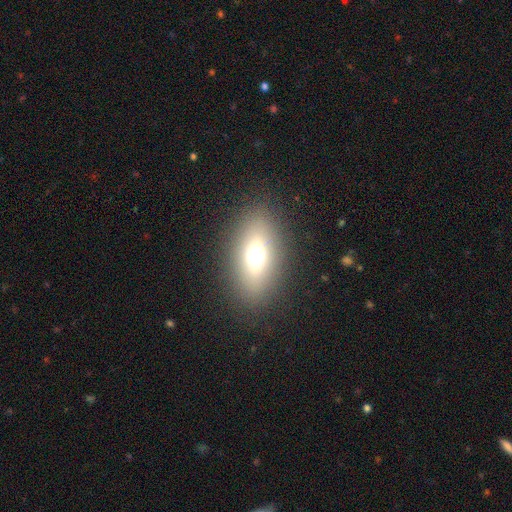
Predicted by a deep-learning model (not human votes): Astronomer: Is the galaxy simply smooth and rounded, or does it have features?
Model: smooth — 64%.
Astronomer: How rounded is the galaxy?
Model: in between — 80%.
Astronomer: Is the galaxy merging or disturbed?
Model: none — 86%.